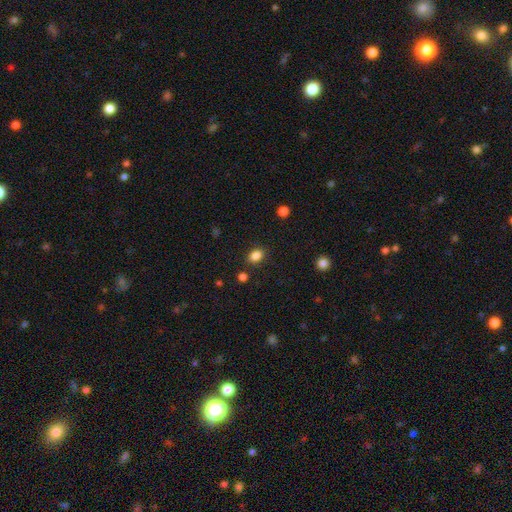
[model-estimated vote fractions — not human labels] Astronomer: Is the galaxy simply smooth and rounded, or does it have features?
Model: smooth — 85%.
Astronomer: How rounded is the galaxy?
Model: in between — 75%.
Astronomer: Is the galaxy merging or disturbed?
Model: none — 85%.